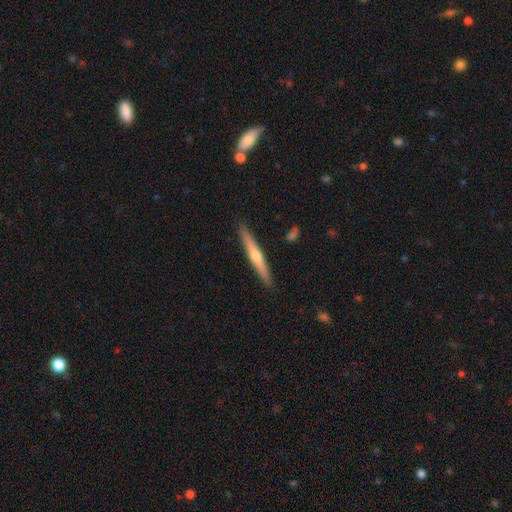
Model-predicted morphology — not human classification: smooth-or-featured: featured or disk: 61% | smooth: 33% | star or artifact: 6%
  disk-edge-on: yes: 97% | no: 3%
    edge-on-bulge: rounded: 82% | none: 15% | boxy: 4%
  merging: none: 91% | minor disturbance: 6% | merger: 1% | major disturbance: 1%